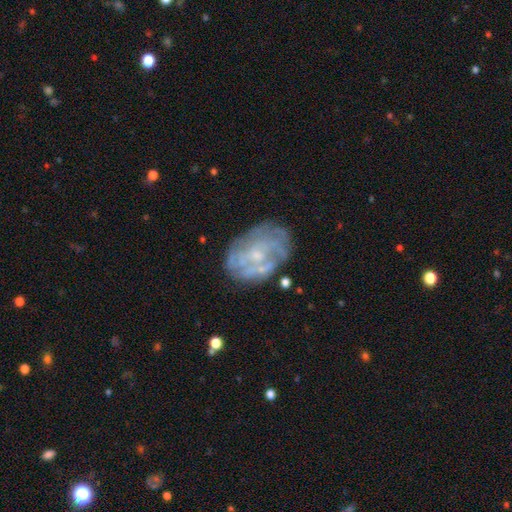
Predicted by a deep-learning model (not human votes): A featured or disk galaxy (72%) with no bar (71%), spiral arms (61%) and a small central bulge (65%). Merging: none (66%).